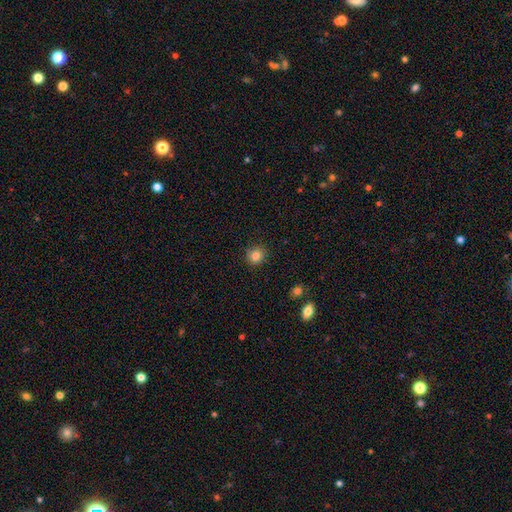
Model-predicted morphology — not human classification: smooth 84%, star or artifact 11%, featured or disk 5%. Down the decision tree: how rounded — round (92%); merging — none (88%).